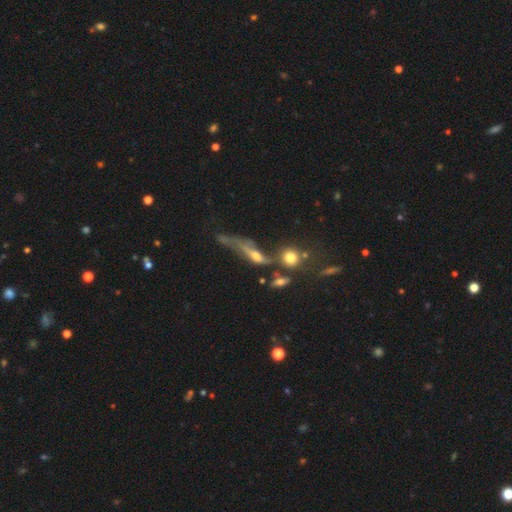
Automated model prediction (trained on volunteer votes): featured or disk 49%, smooth 37%, star or artifact 14%. Down the decision tree: merging — major disturbance (36%).